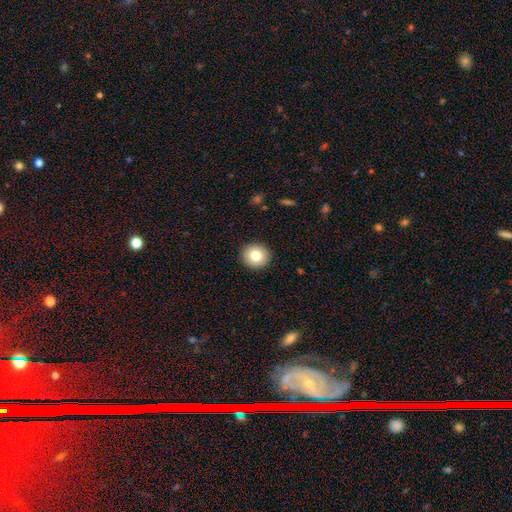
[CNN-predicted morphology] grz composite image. It shows a smooth galaxy with no disk features (80%) that is round (88%). Merging: none (92%).